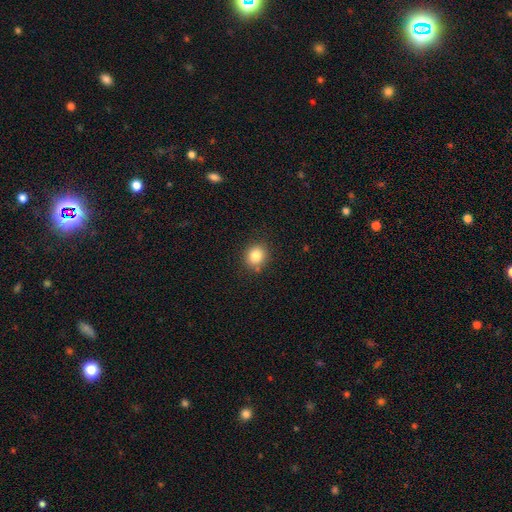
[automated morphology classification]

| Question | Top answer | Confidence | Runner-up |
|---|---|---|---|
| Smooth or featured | smooth | 83% | star or artifact (11%) |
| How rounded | round | 78% | in between (21%) |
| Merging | none | 85% | minor disturbance (10%) |